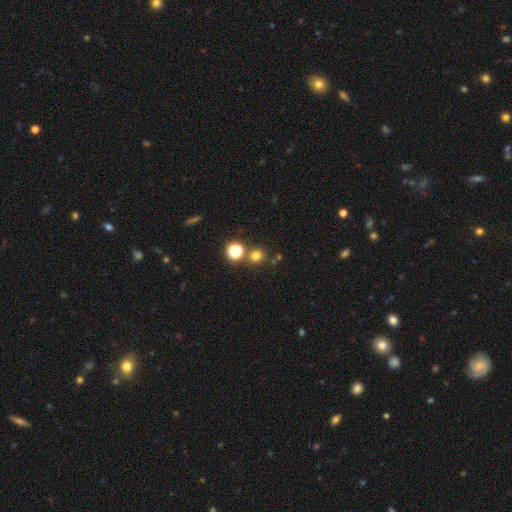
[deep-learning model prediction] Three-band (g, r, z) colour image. It shows a smooth galaxy with no disk features (72%) that is round (90%). Merging: none (77%).